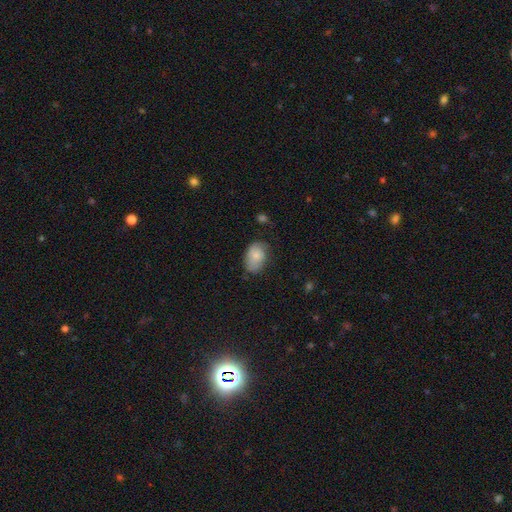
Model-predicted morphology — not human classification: Smooth or featured? smooth (71%)
How rounded? in between (82%)
Merging? none (57%)